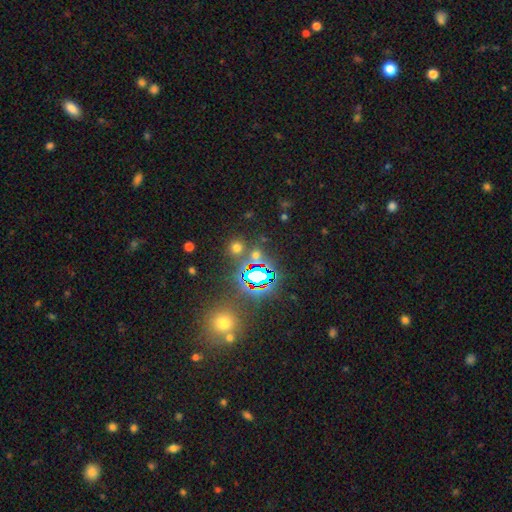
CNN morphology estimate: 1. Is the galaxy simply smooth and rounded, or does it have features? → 54% star or artifact, 38% smooth, 8% featured or disk.